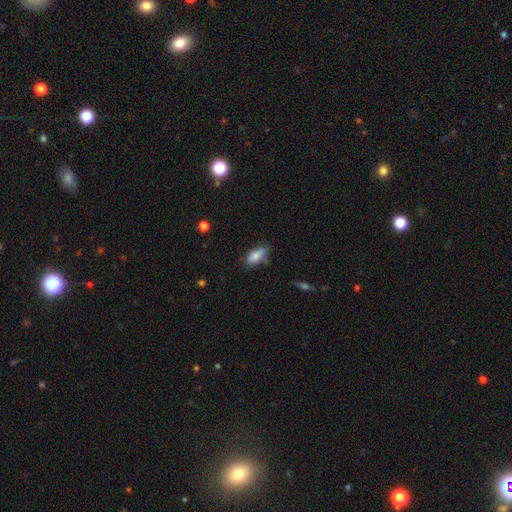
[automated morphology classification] Smooth or featured? smooth (83%)
How rounded? in between (83%)
Merging? none (74%)